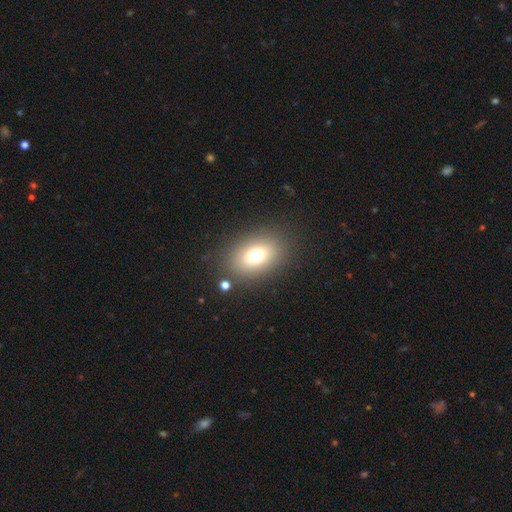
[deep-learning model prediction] smooth-or-featured: smooth: 73% | featured or disk: 14% | star or artifact: 13%
  how-rounded: in between: 75% | round: 23% | cigar-shaped: 1%
  merging: none: 84% | minor disturbance: 9% | major disturbance: 5% | merger: 3%